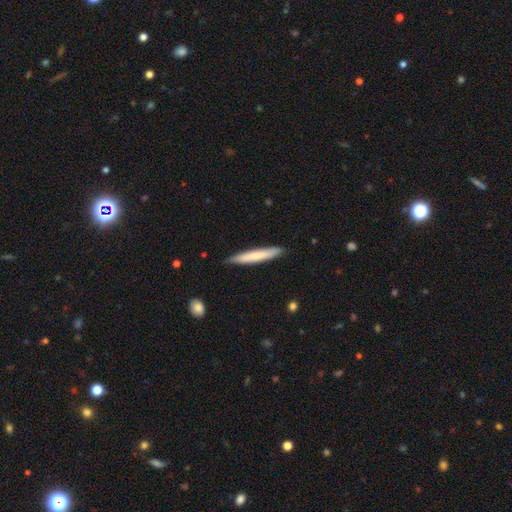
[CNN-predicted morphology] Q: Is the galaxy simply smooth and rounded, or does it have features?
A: smooth — 70%.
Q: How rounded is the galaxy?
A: cigar-shaped — 95%.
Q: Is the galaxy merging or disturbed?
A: none — 86%.